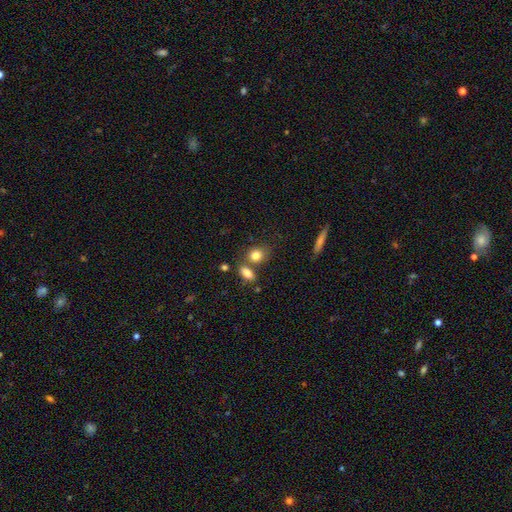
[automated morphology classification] Smooth or featured?
  - smooth: 82% *
  - star or artifact: 9%
  - featured or disk: 8%
How rounded?
  - round: 49% * (tied)
  - in between: 49% * (tied)
  - cigar-shaped: 3%
Merging?
  - none: 59% *
  - merger: 24%
  - minor disturbance: 12%
  - major disturbance: 4%